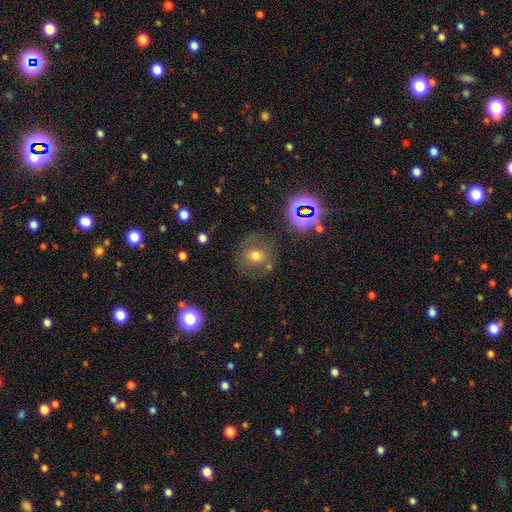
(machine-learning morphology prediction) Smooth or featured: smooth — 57% (featured or disk — 25%)
How rounded: round — 81% (in between — 18%)
Merging: none — 73% (minor disturbance — 15%)